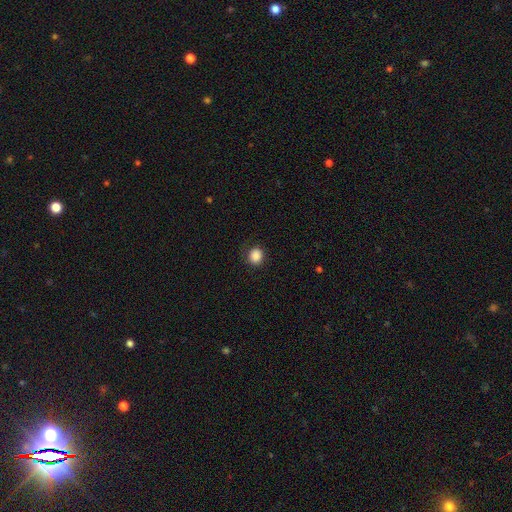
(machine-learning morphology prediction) This is clearly a smooth galaxy (87%). How rounded: likely round (78%). Merging: clearly none (84%).